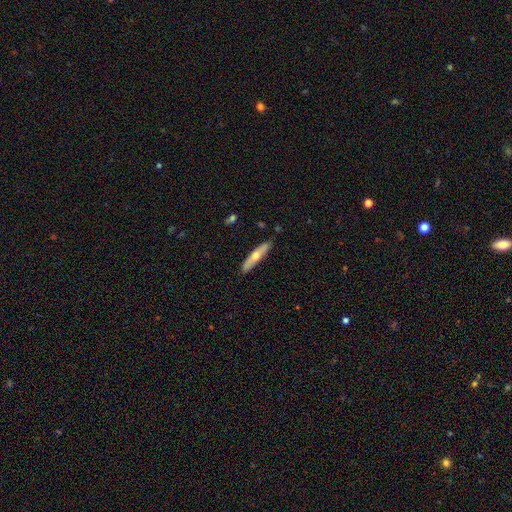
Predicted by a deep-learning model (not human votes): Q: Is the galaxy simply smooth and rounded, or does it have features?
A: smooth — 50%.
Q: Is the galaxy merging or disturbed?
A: none — 87%.